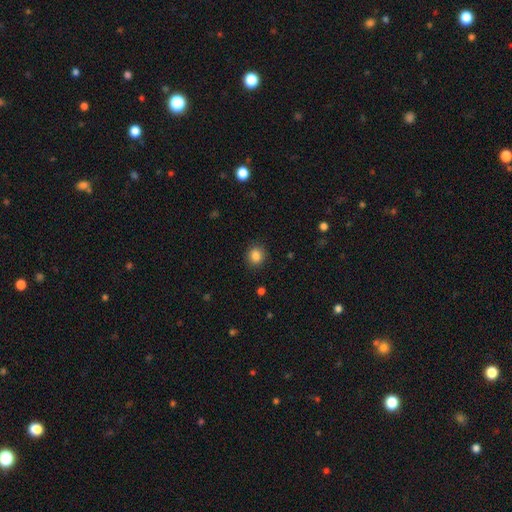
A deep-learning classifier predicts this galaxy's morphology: Smooth or featured? smooth (86%)
How rounded? round (81%)
Merging? none (89%)